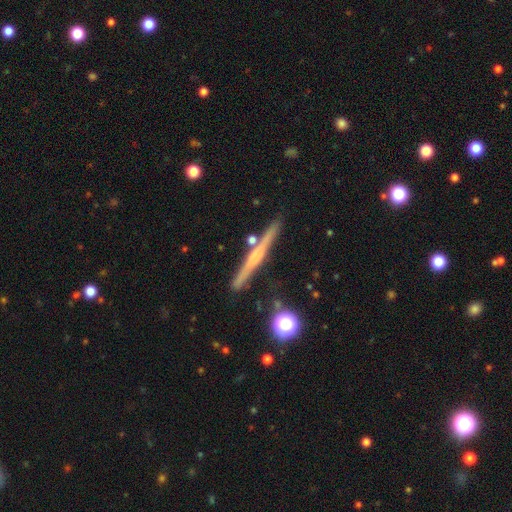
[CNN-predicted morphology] Smooth or featured?
  - featured or disk: 65% *
  - smooth: 27%
  - star or artifact: 7%
Edge-on disk?
  - yes: 97% *
  - no: 3%
Edge-on bulge?
  - rounded: 48% *
  - none: 43%
  - boxy: 10%
Merging?
  - none: 86% *
  - minor disturbance: 8%
  - merger: 4%
  - major disturbance: 2%